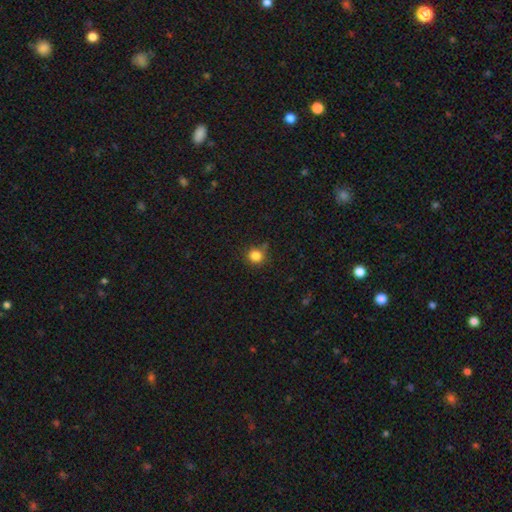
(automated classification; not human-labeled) Q: Smooth or featured?
A: smooth (84%); runner-up: star or artifact (12%)
Q: How rounded?
A: round (90%); runner-up: in between (9%)
Q: Merging?
A: none (78%); runner-up: minor disturbance (14%)